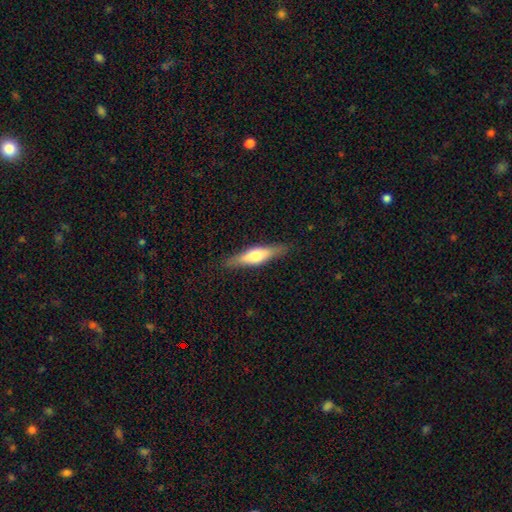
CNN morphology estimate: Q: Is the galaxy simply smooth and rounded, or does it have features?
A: featured or disk — 50%.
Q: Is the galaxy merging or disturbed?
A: none — 86%.